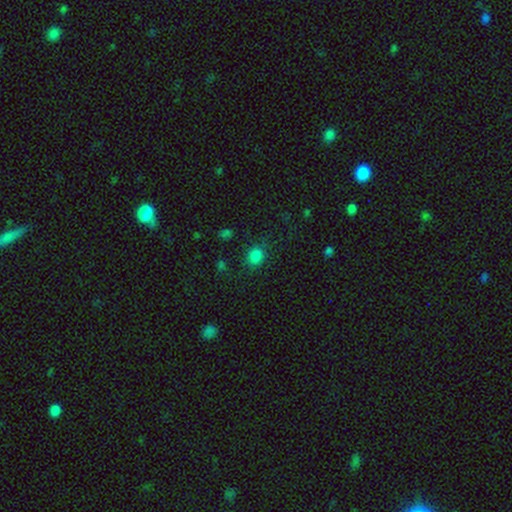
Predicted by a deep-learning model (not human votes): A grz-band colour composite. It shows a smooth galaxy with no disk features (81%) that is round (61%). Merging: none (78%).